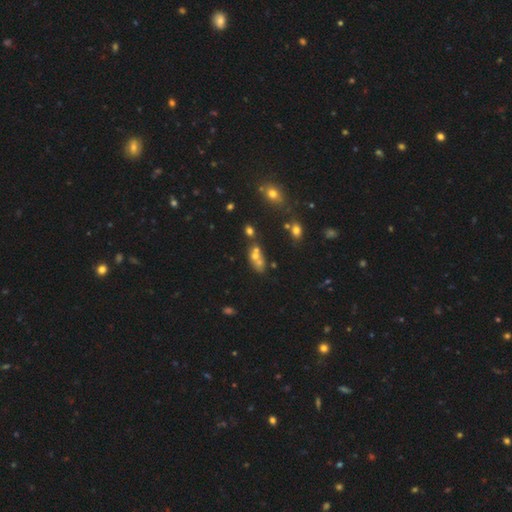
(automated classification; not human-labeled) smooth-or-featured: smooth: 51% | star or artifact: 25% | featured or disk: 24%
  how-rounded: in between: 53% | round: 39% | cigar-shaped: 8%
  merging: merger: 48% | none: 36% | minor disturbance: 10% | major disturbance: 6%